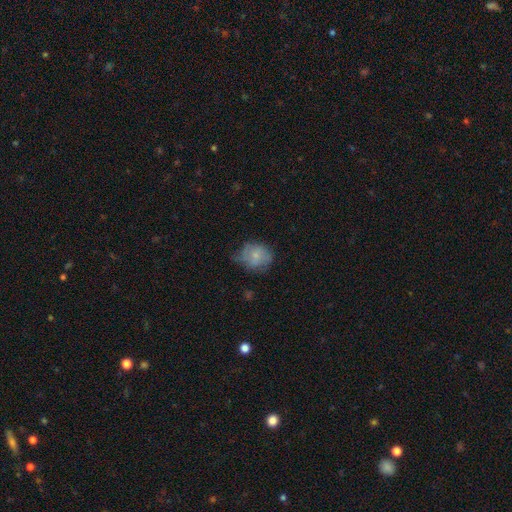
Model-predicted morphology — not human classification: smooth_or_featured: smooth (p=0.62) [alt: featured or disk p=0.29]
how_rounded: round (p=0.69) [alt: in between p=0.30]
merging: none (p=0.47) [alt: minor disturbance p=0.34]